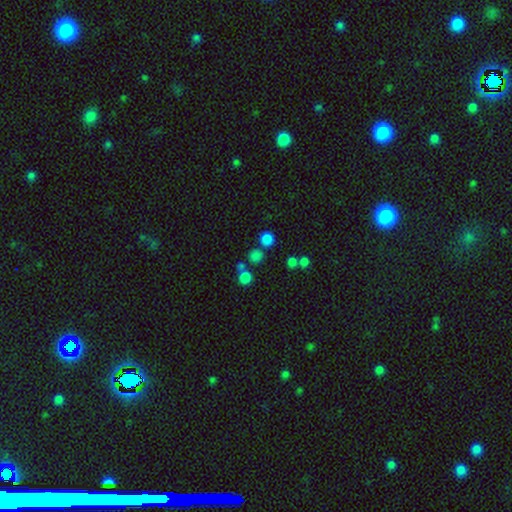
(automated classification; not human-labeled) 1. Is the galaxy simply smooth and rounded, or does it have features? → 74% smooth, 20% star or artifact, 6% featured or disk.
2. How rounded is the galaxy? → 89% round, 10% in between, 1% cigar-shaped.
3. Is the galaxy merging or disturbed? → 70% none, 17% merger, 9% minor disturbance, 4% major disturbance.